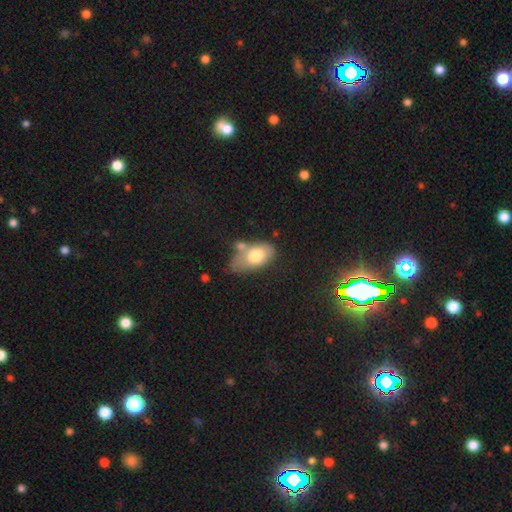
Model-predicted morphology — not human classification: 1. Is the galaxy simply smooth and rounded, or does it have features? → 71% smooth, 22% featured or disk, 7% star or artifact.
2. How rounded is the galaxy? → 91% in between, 7% round, 3% cigar-shaped.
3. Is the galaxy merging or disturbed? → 37% none, 27% merger, 24% minor disturbance, 12% major disturbance.